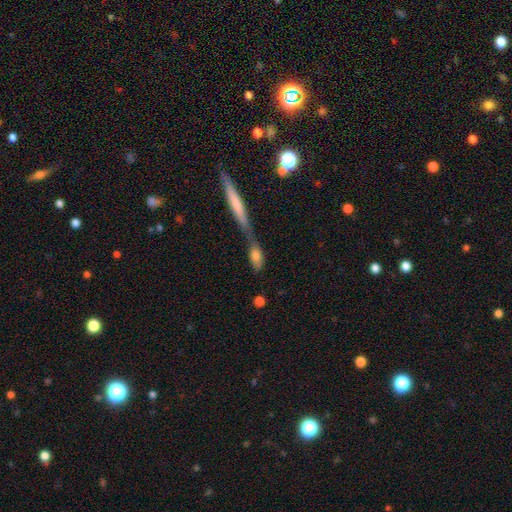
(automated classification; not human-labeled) This is likely a smooth galaxy (74%). How rounded: likely in between (64%). Merging: marginally merger (45%).